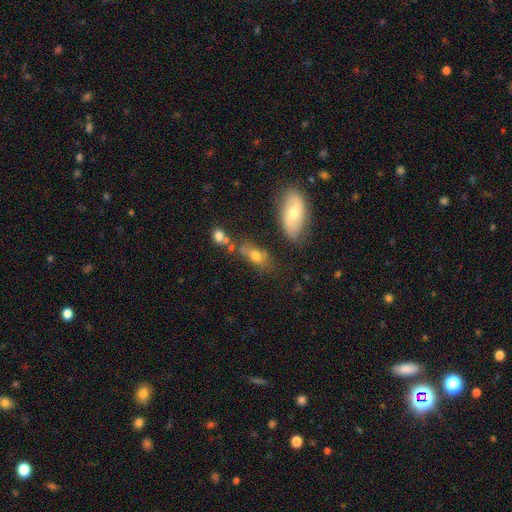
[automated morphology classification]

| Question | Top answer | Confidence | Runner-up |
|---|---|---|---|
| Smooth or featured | smooth | 66% | featured or disk (21%) |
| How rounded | in between | 76% | cigar-shaped (12%) |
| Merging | none | 51% | minor disturbance (21%) |